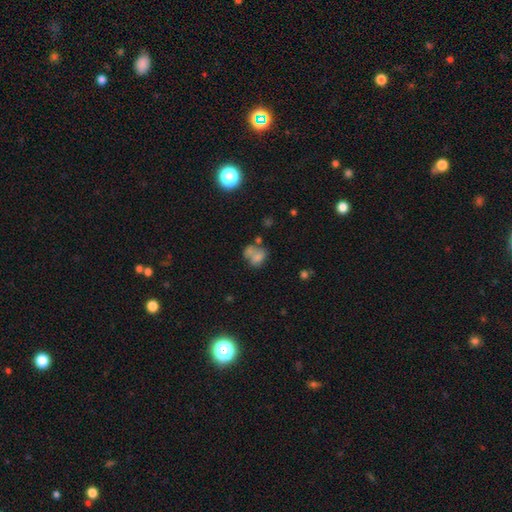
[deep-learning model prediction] A smooth galaxy with no disk features (64%) that is in between round and cigar-shaped (60%). Merging: merger (43%).